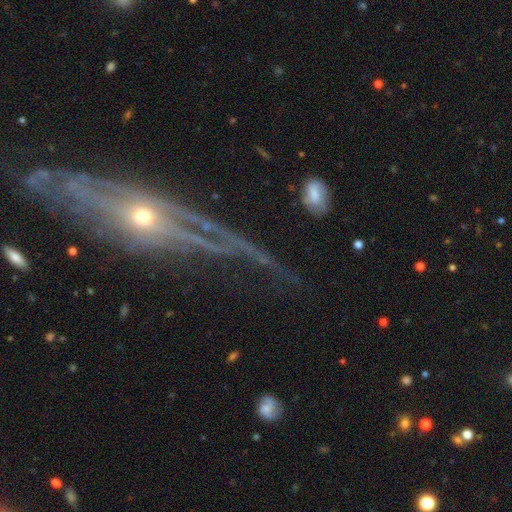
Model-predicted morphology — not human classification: Smooth or featured? featured or disk (74%)
Edge-on disk? yes (51%)
Merging? none (64%)